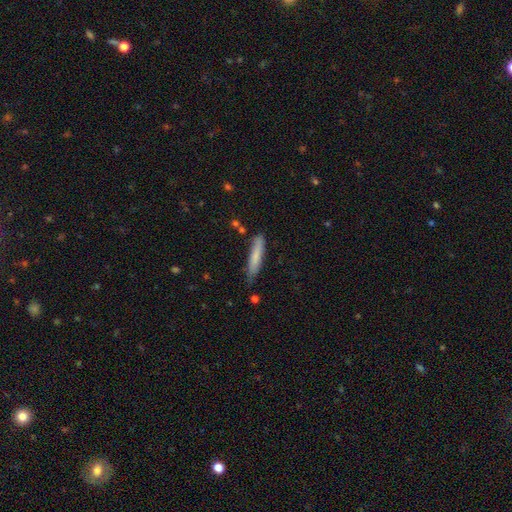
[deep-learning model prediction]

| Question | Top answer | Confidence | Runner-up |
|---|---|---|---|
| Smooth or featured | smooth | 75% | featured or disk (19%) |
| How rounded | cigar-shaped | 90% | in between (9%) |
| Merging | none | 73% | minor disturbance (21%) |